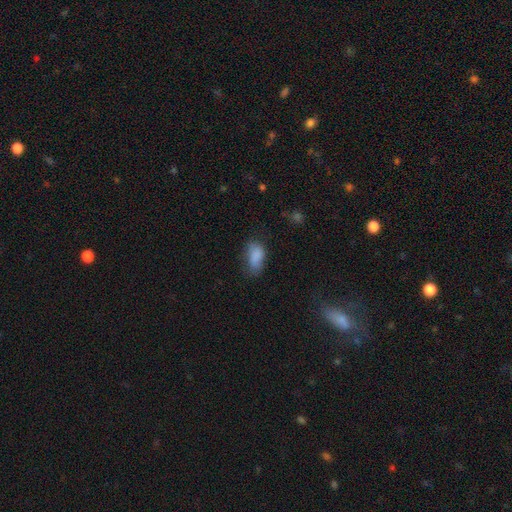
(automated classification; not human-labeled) Morphology: type=smooth (83%); roundness=in between (91%); merging=none (54%).